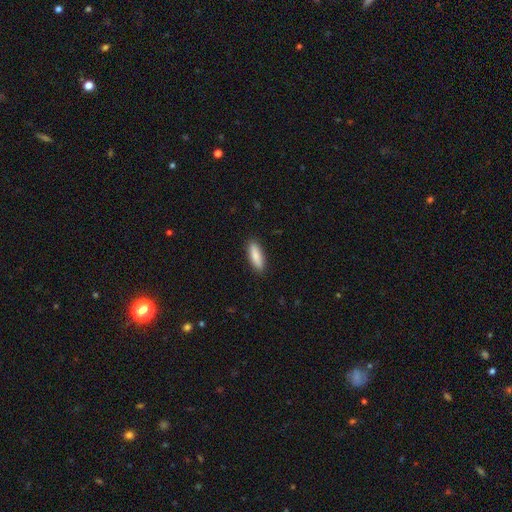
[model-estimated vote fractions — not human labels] Overall: smooth (85%). How rounded: in between (55%; cigar-shaped 43%). Merging: none (89%).